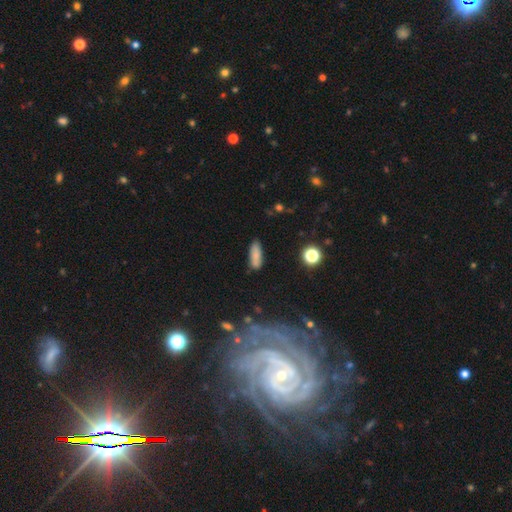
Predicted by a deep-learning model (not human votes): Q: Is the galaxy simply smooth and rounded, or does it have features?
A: smooth — 79%.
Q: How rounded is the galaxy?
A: in between — 61%.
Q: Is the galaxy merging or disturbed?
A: none — 80%.